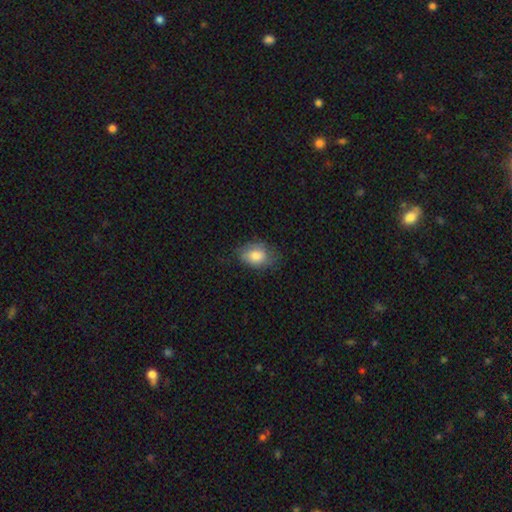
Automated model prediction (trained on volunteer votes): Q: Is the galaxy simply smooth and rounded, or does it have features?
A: smooth — 78%.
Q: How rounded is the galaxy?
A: in between — 76%.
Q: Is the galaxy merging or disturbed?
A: none — 64%.